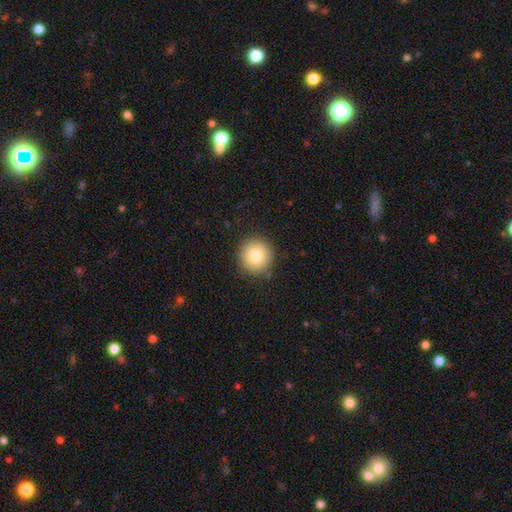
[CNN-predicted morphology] Q: Smooth or featured?
A: smooth (79%); runner-up: featured or disk (11%)
Q: How rounded?
A: round (94%); runner-up: in between (5%)
Q: Merging?
A: none (90%); runner-up: minor disturbance (7%)